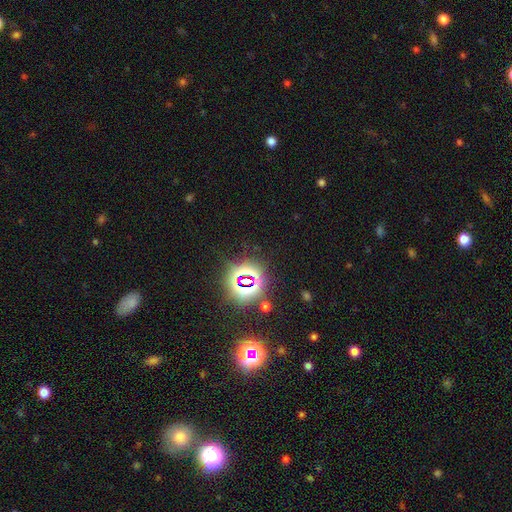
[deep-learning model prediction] A star or artifact, not a galaxy (81%).

Vote fractions:
- Smooth or featured? star or artifact: 81% / smooth: 12% / featured or disk: 7%